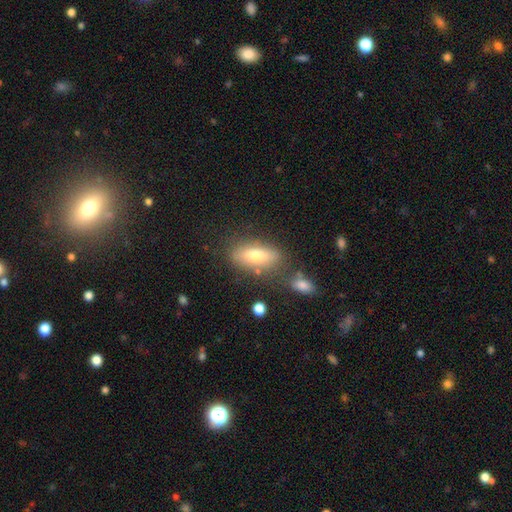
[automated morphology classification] Overall: smooth (71%). How rounded: in between (75%). Merging: none (72%).